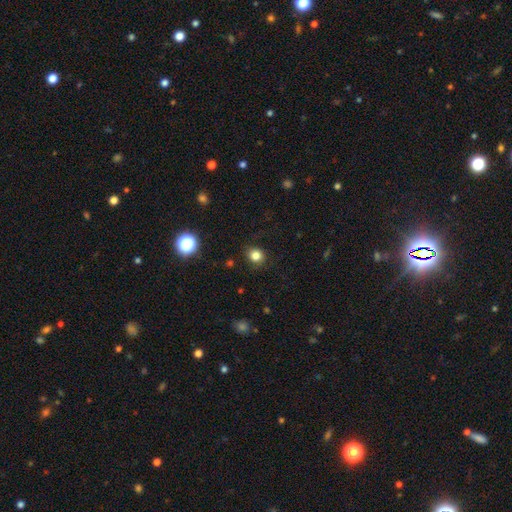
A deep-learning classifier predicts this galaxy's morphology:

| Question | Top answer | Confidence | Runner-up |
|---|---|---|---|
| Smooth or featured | smooth | 82% | star or artifact (13%) |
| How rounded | round | 82% | in between (17%) |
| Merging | none | 88% | minor disturbance (9%) |